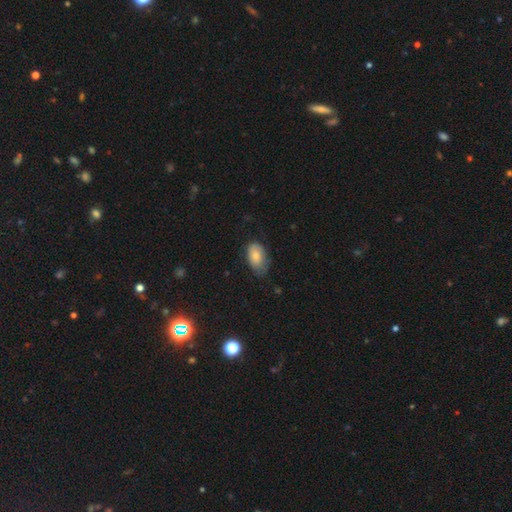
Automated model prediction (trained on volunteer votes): A smooth galaxy with no disk features (80%) that is in between round and cigar-shaped (92%).

Vote fractions:
- Smooth or featured? smooth: 80% / featured or disk: 13% / star or artifact: 7%
- How rounded? in between: 92% / round: 6% / cigar-shaped: 2%
- Merging? none: 53% / minor disturbance: 36% / major disturbance: 9% / merger: 1%